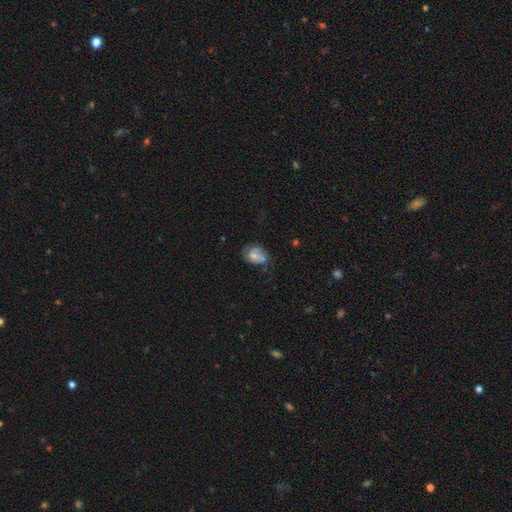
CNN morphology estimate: Smooth or featured: smooth — 47% (featured or disk — 44%)
Merging: none — 37% (minor disturbance — 27%)